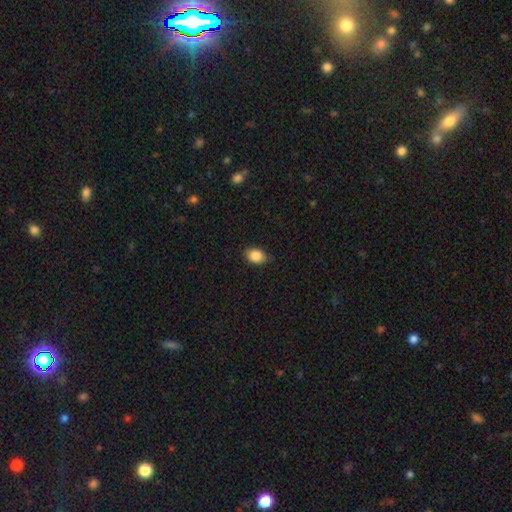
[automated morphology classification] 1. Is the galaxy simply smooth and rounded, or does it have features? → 87% smooth, 8% star or artifact, 5% featured or disk.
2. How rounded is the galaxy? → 72% in between, 27% round, 1% cigar-shaped.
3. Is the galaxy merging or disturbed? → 78% none, 19% minor disturbance, 3% major disturbance, 1% merger.